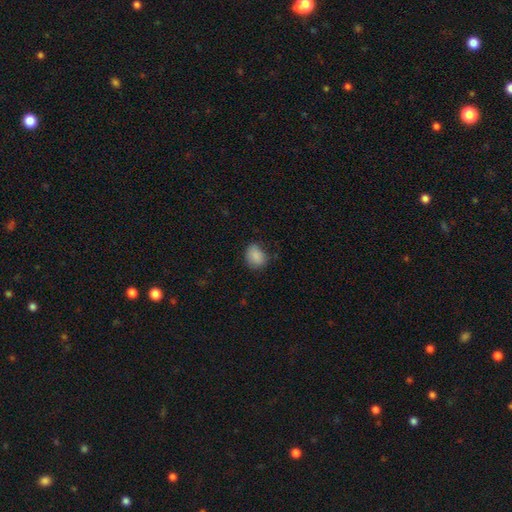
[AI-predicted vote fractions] Morphology: type=smooth (86%); roundness=in between (52%); merging=none (67%).